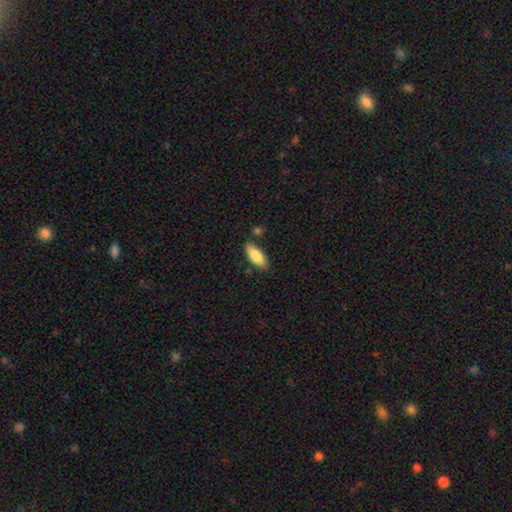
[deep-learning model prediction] Smooth or featured: smooth — 84% (featured or disk — 10%)
How rounded: in between — 83% (cigar-shaped — 15%)
Merging: none — 80% (minor disturbance — 13%)